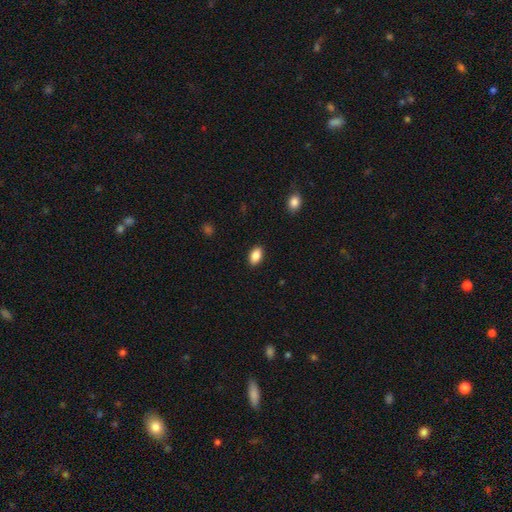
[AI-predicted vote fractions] Smooth or featured? smooth (88%)
How rounded? in between (91%)
Merging? none (89%)